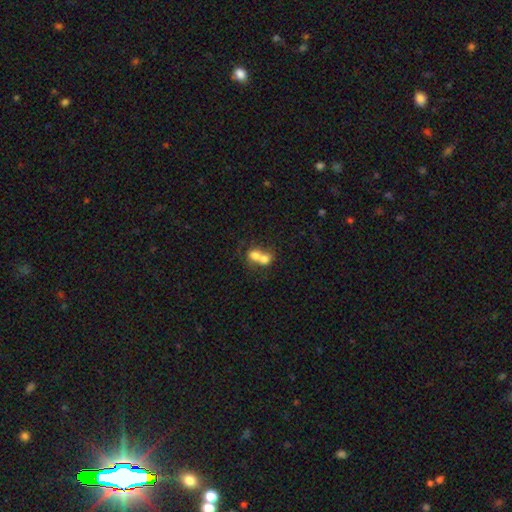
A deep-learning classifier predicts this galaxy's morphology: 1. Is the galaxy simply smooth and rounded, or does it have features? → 69% smooth, 21% featured or disk, 10% star or artifact.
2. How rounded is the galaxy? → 53% round, 46% in between, 1% cigar-shaped.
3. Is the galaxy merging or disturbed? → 76% merger, 15% none, 5% minor disturbance, 4% major disturbance.